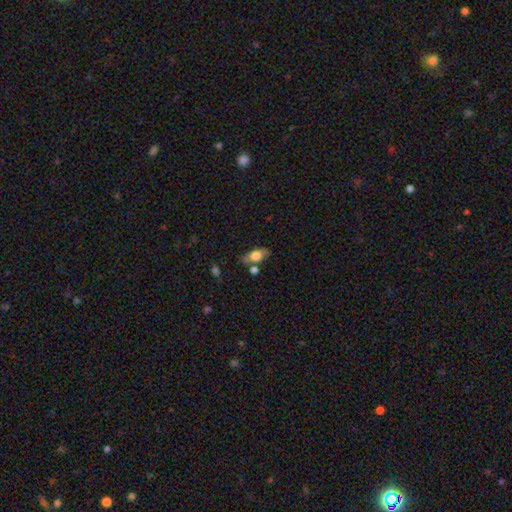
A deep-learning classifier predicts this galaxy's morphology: type=smooth (64%); roundness=in between (82%); merging=none (67%).